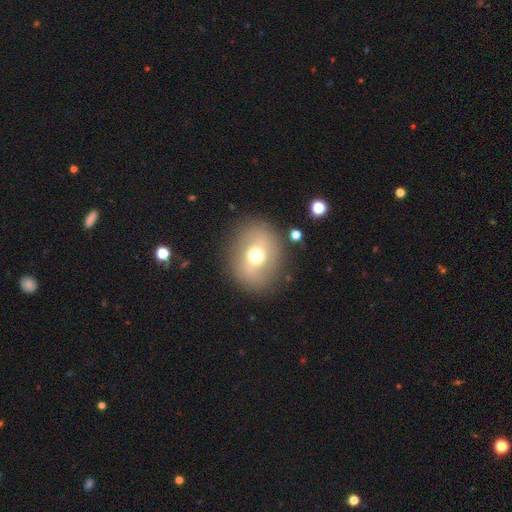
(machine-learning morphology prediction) smooth-or-featured: smooth: 56% | featured or disk: 34% | star or artifact: 10%
  how-rounded: round: 57% | in between: 42% | cigar-shaped: 1%
  merging: none: 84% | minor disturbance: 10% | major disturbance: 5% | merger: 2%